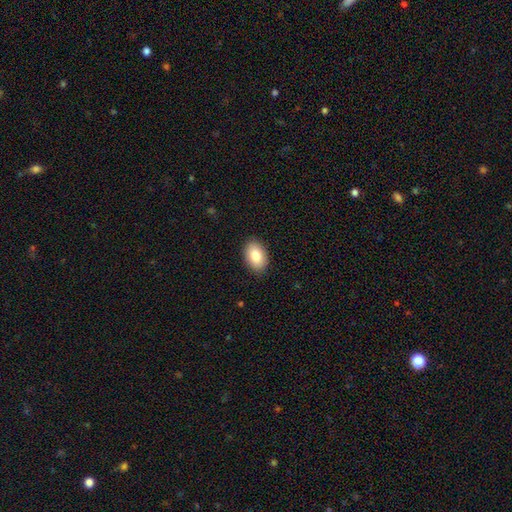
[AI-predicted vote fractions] The model was most divided on "smooth or featured": smooth: 84%, featured or disk: 9%, star or artifact: 7%. More confident: how rounded — in between (91%); merging — none (89%).